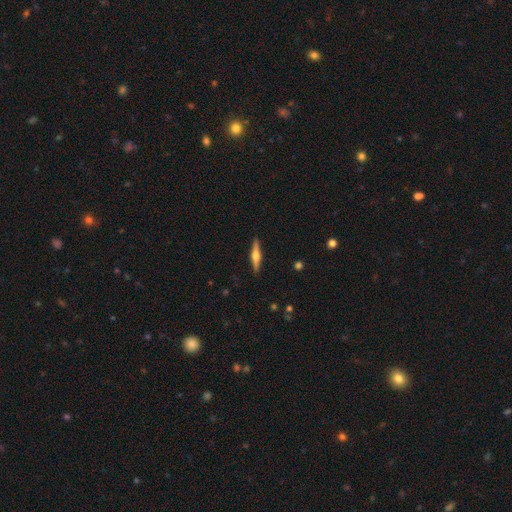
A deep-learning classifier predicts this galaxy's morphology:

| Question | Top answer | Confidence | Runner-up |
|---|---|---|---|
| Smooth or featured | featured or disk | 65% | smooth (29%) |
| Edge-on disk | yes | 97% | no (3%) |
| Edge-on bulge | rounded | 91% | boxy (6%) |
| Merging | none | 91% | minor disturbance (7%) |